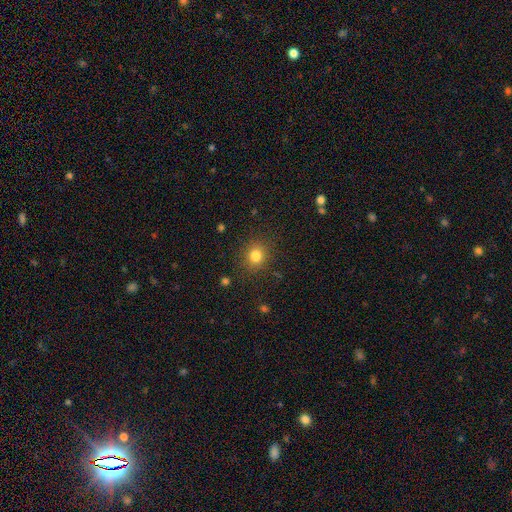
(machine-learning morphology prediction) Q: Smooth or featured?
A: smooth (81%); runner-up: star or artifact (13%)
Q: How rounded?
A: round (81%); runner-up: in between (18%)
Q: Merging?
A: none (87%); runner-up: minor disturbance (9%)